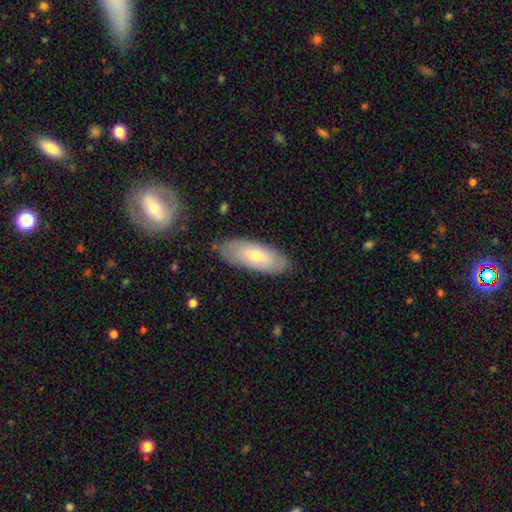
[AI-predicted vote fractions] A smooth galaxy with no disk features (63%) that is in between round and cigar-shaped (77%).

Vote fractions:
- Smooth or featured? smooth: 63% / featured or disk: 31% / star or artifact: 6%
- How rounded? in between: 77% / cigar-shaped: 21% / round: 2%
- Merging? none: 84% / minor disturbance: 12% / major disturbance: 3% / merger: 1%